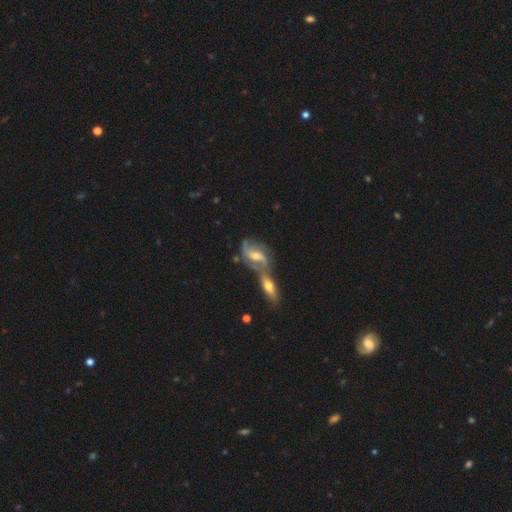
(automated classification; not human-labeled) A featured or disk galaxy (83%) with a weak bar (47%), 2 (71%) medium (47%) spiral arms (95%) and a moderate central bulge (53%). Merging: merger (50%).